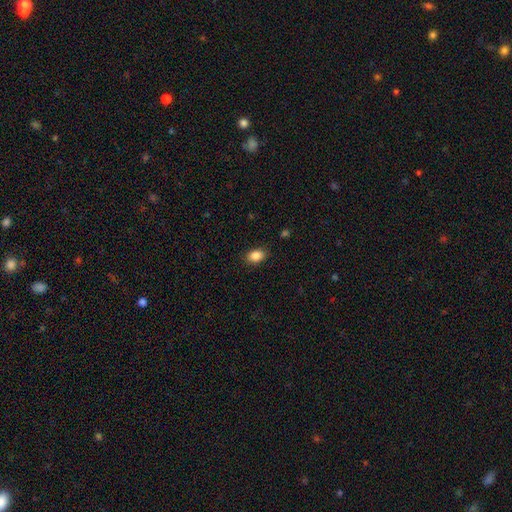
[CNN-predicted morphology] This is clearly a smooth galaxy (87%). How rounded: likely in between (80%). Merging: clearly none (87%).